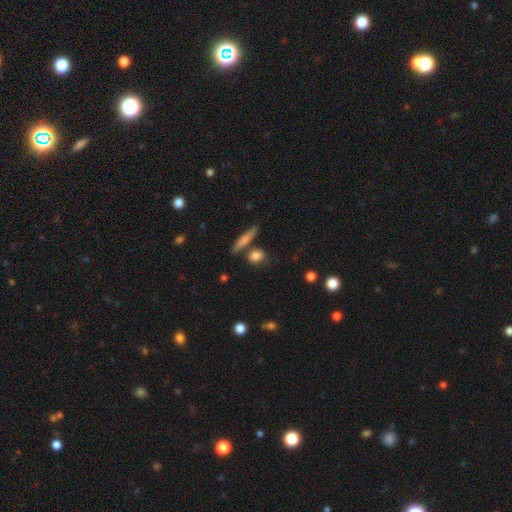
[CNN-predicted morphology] Q: Smooth or featured?
A: smooth (81%); runner-up: featured or disk (11%)
Q: How rounded?
A: in between (40%); runner-up: round (38%)
Q: Merging?
A: none (72%); runner-up: minor disturbance (12%)